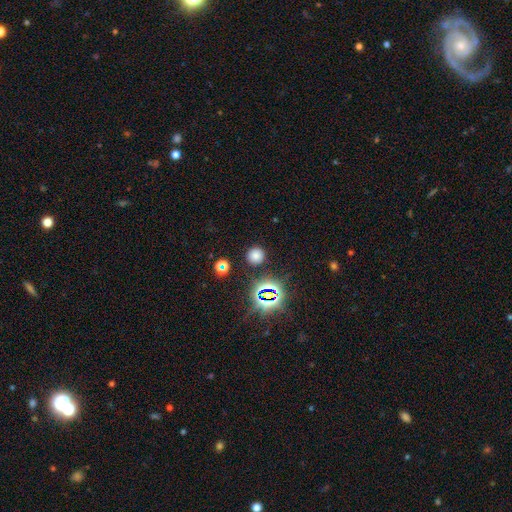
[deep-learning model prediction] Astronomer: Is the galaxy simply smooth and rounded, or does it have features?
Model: smooth — 68%.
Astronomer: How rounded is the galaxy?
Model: round — 93%.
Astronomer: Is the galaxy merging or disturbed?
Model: none — 88%.